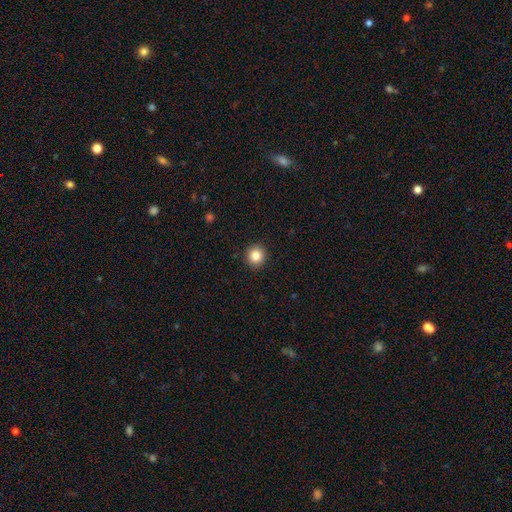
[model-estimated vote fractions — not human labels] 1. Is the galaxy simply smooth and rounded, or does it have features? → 85% smooth, 10% star or artifact, 5% featured or disk.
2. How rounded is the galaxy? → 92% round, 7% in between, 1% cigar-shaped.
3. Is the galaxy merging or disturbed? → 93% none, 5% minor disturbance, 2% major disturbance, 1% merger.